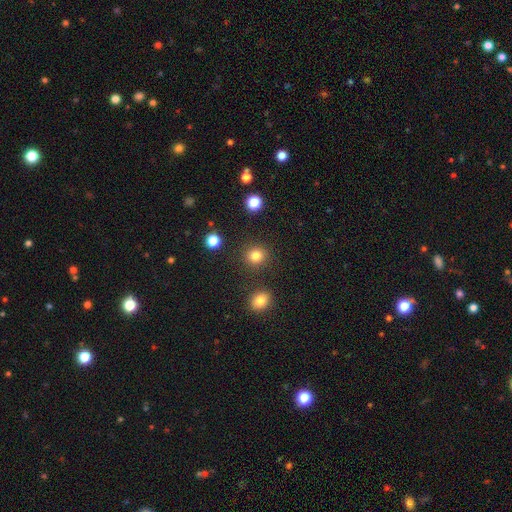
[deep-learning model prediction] A smooth galaxy with no disk features (83%) that is round (90%). Merging: none (90%).